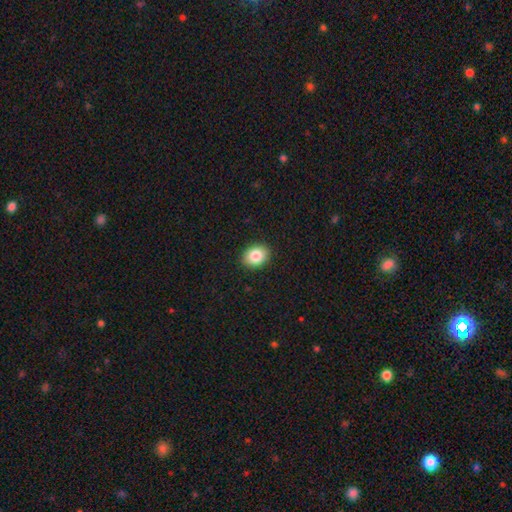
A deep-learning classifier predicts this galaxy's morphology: type=smooth (84%); roundness=in between (61%); merging=none (91%).